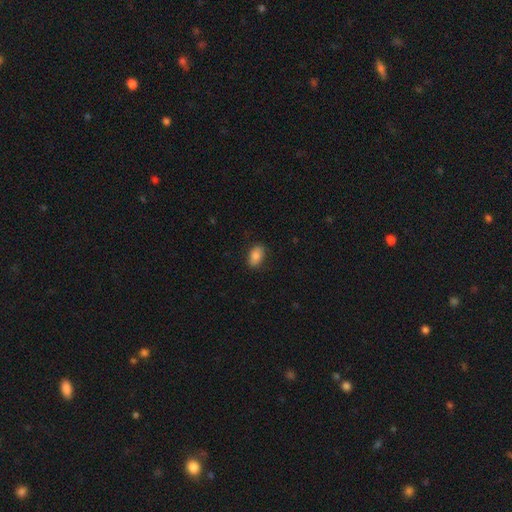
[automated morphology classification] A smooth galaxy with no disk features (85%) that is in between round and cigar-shaped (90%). Merging: none (84%).